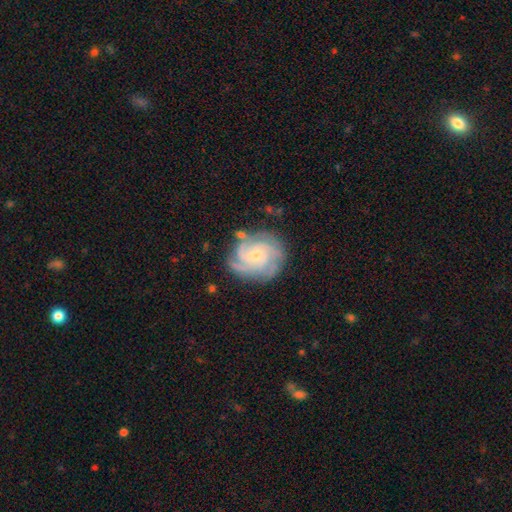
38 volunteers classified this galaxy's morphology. Q: Smooth or featured?
A: featured or disk (92%); runner-up: smooth (5%)
Q: Edge-on disk?
A: no (97%); runner-up: yes (3%)
Q: Bar?
A: no (76%); runner-up: weak (15%)
Q: Spiral arms?
A: yes (97%); runner-up: no (3%)
Q: Spiral winding?
A: tight (88%); runner-up: medium (12%)
Q: Spiral arm count?
A: 3 (58%); runner-up: 4 (39%)
Q: Bulge size?
A: moderate (50%); runner-up: small (41%)
Q: Merging?
A: none (59%); runner-up: minor disturbance (32%)